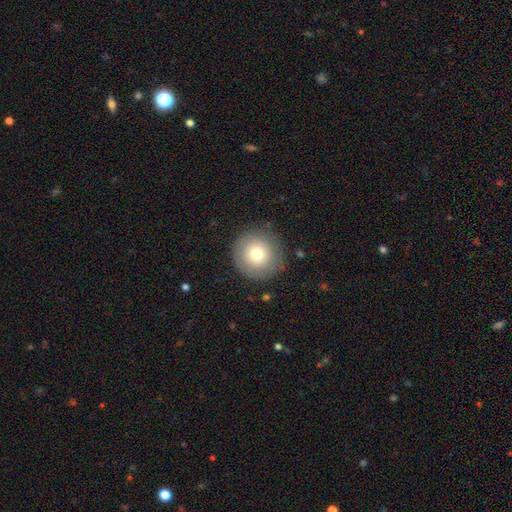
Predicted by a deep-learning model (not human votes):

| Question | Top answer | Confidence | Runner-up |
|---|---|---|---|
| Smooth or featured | smooth | 68% | featured or disk (20%) |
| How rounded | round | 96% | in between (3%) |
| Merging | none | 86% | minor disturbance (9%) |